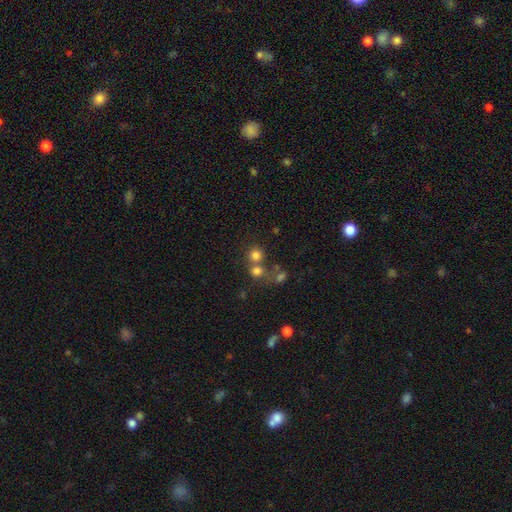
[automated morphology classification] type=smooth (76%); roundness=round (89%); merging=none (55%).